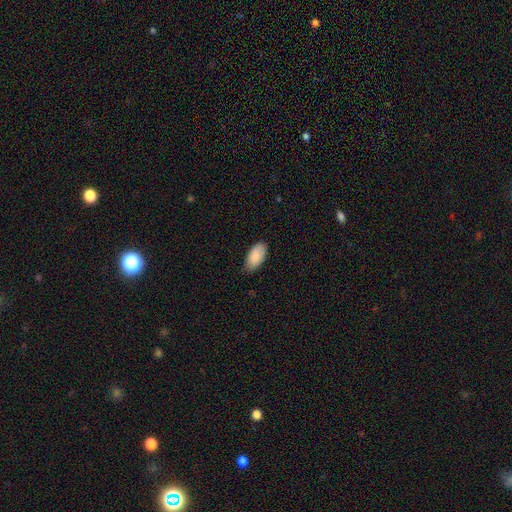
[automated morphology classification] A smooth galaxy with no disk features (89%) that is in between round and cigar-shaped (95%). Merging: none (75%).